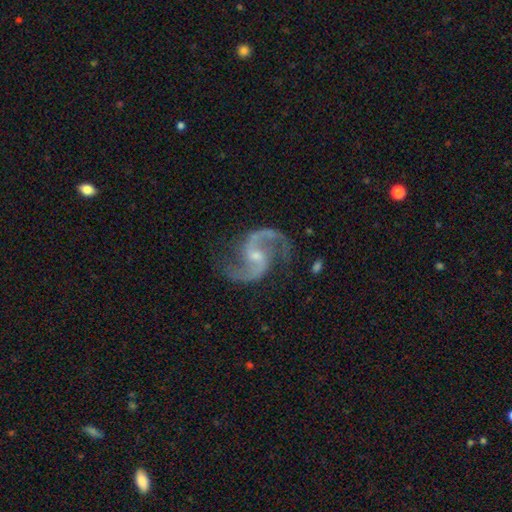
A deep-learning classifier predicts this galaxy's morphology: smooth-or-featured: featured or disk: 94% | star or artifact: 4% | smooth: 2%
  disk-edge-on: no: 98% | yes: 2%
    bar: weak: 47% | no: 37% | strong: 16%
    has-spiral-arms: yes: 98% | no: 2%
      spiral-winding: medium: 52% | loose: 40% | tight: 8%
      spiral-arm-count: 2: 94% | 3: 1% | can't tell: 1% | 1: 1% | 4: 1% | more than 4: 1%
    bulge-size: small: 56% | moderate: 37% | none: 4% | large: 2% | dominant: 1%
  merging: none: 79% | minor disturbance: 14% | major disturbance: 6% | merger: 2%